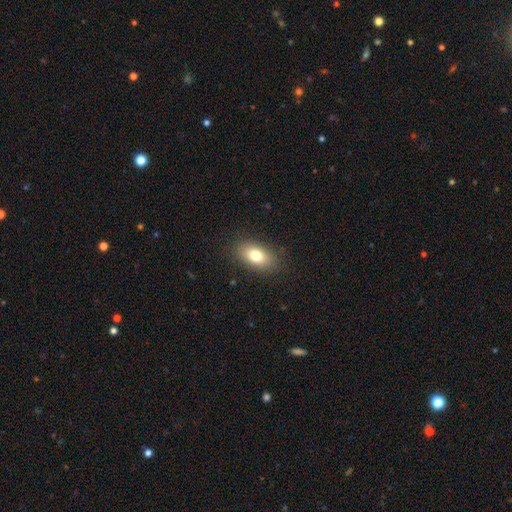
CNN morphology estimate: smooth 77%, featured or disk 14%, star or artifact 9%. Down the decision tree: how rounded — in between (87%); merging — none (86%).